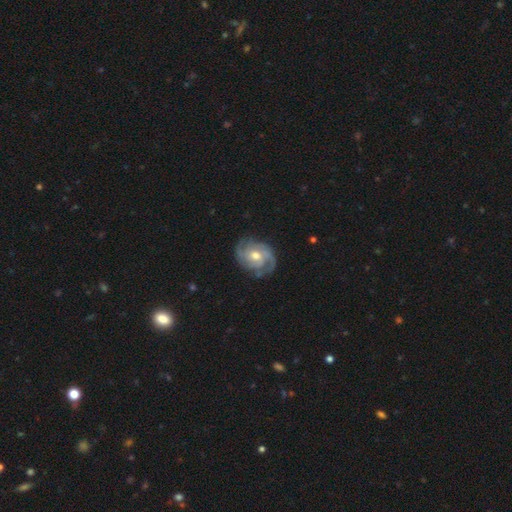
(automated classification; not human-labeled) Overall: featured or disk (87%). Edge-on disk: no (98%). Bar: no (63%; weak 31%). Spiral arms: yes (97%). Spiral arm count: 3 (36%; 2 28%). Spiral winding: tight (54%; medium 37%). Bulge size: moderate (70%). Merging: none (77%).